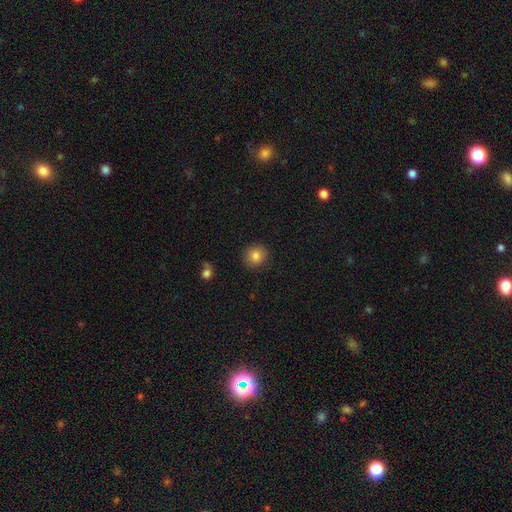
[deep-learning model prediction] Morphology: type=smooth (84%); roundness=round (87%); merging=none (89%).